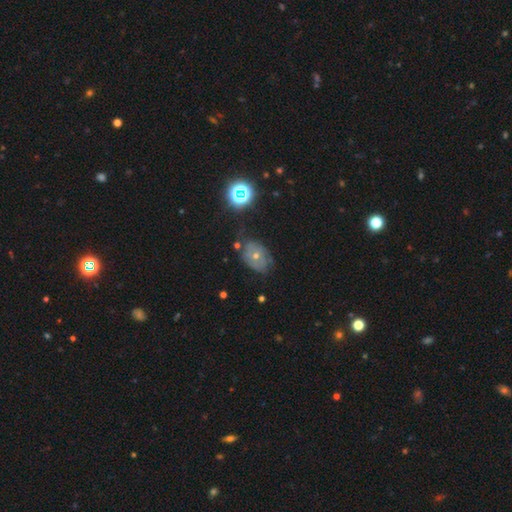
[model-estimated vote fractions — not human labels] smooth-or-featured: featured or disk: 45% | smooth: 29% | star or artifact: 26%
  merging: none: 68% | minor disturbance: 22% | major disturbance: 7% | merger: 3%